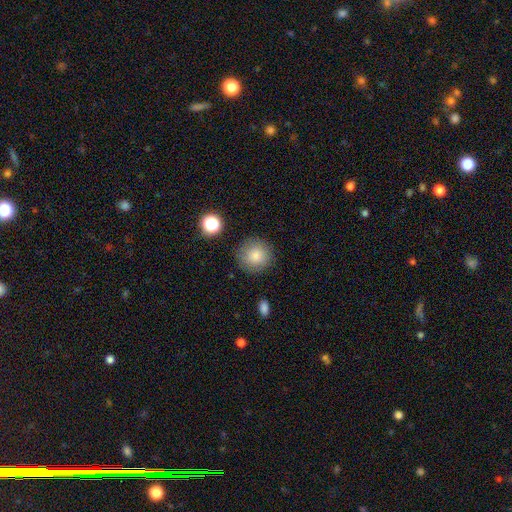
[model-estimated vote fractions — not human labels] A smooth galaxy with no disk features (84%) that is round (93%). Merging: none (85%).